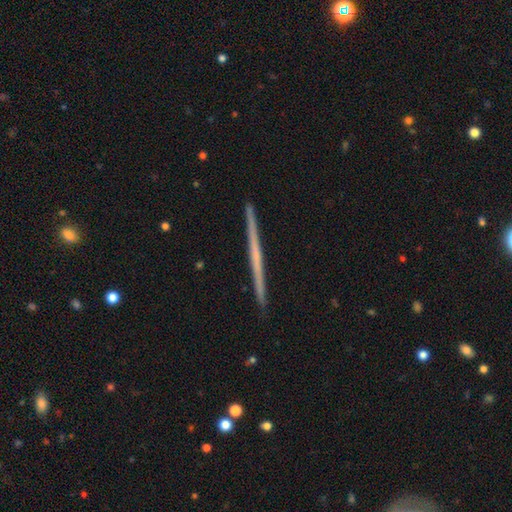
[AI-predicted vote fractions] smooth-or-featured: featured or disk: 63% | smooth: 31% | star or artifact: 5%
  disk-edge-on: yes: 98% | no: 2%
    edge-on-bulge: none: 86% | rounded: 10% | boxy: 4%
  merging: none: 93% | minor disturbance: 5% | merger: 1% | major disturbance: 1%